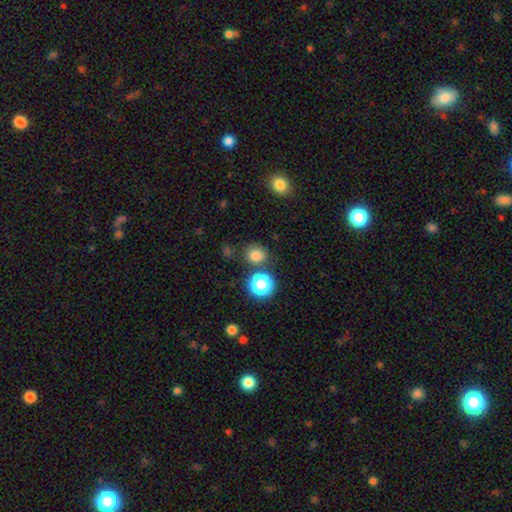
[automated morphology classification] type=smooth (78%); roundness=round (74%); merging=none (77%).